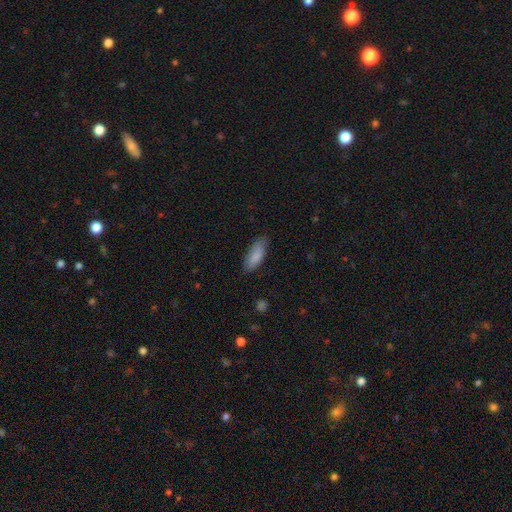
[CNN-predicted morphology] type=smooth (86%); roundness=in between (71%); merging=none (76%).